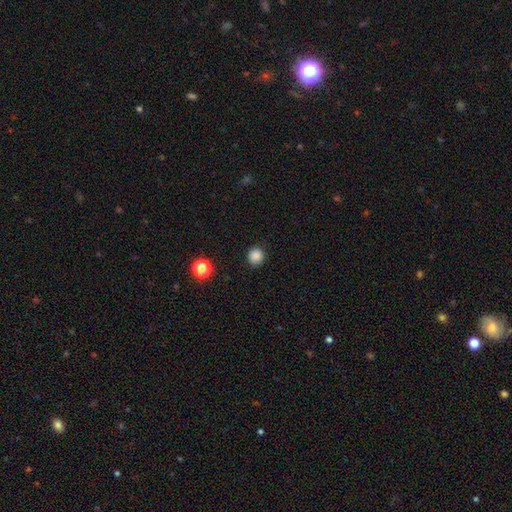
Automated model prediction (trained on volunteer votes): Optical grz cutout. It shows a smooth galaxy with no disk features (86%) that is round (91%). Merging: none (88%).